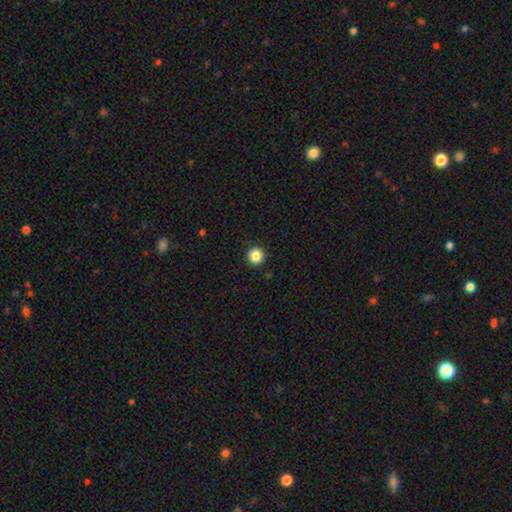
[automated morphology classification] smooth_or_featured: smooth (p=0.86) [alt: star or artifact p=0.11]
how_rounded: round (p=0.96) [alt: in between p=0.03]
merging: none (p=0.92) [alt: minor disturbance p=0.05]